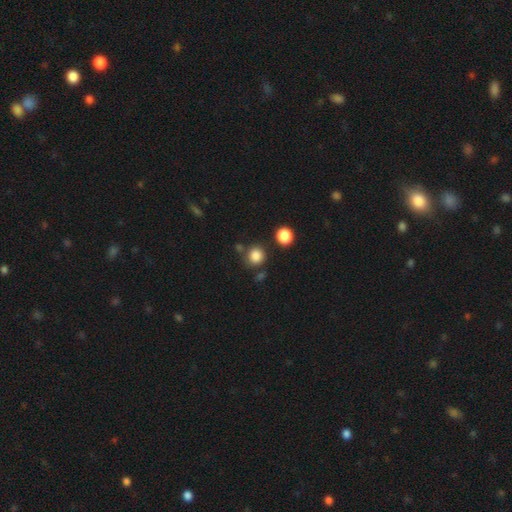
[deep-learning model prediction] The model was most divided on "merging": none: 79%, minor disturbance: 10%, merger: 7%, major disturbance: 4%. More confident: how rounded — round (87%); smooth or featured — smooth (84%).